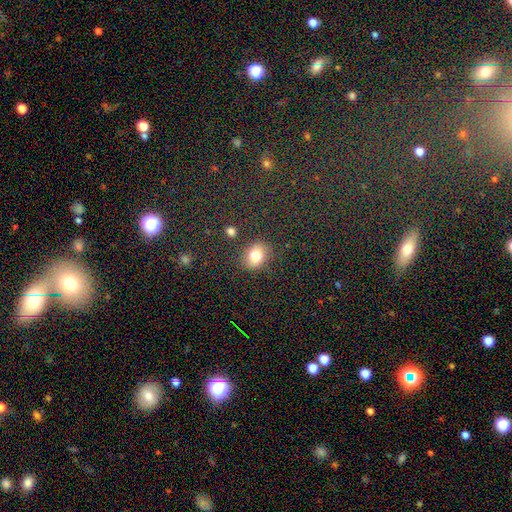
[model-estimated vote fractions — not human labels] A smooth galaxy with no disk features (79%) that is round (53%).

Vote fractions:
- Smooth or featured? smooth: 79% / star or artifact: 11% / featured or disk: 9%
- How rounded? round: 53% / in between: 46% / cigar-shaped: 1%
- Merging? none: 78% / minor disturbance: 14% / major disturbance: 4% / merger: 4%